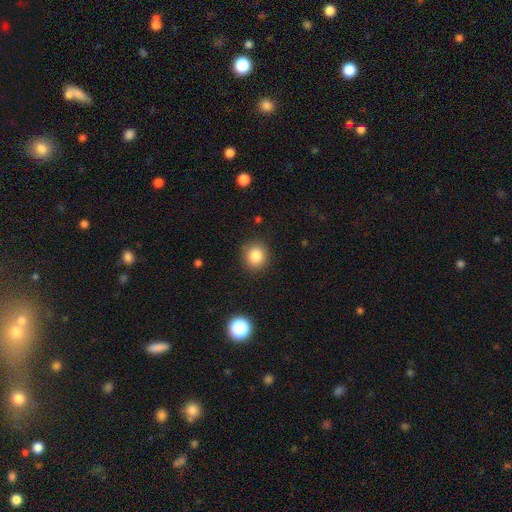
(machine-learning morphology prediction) type=smooth (84%); roundness=round (87%); merging=none (88%).